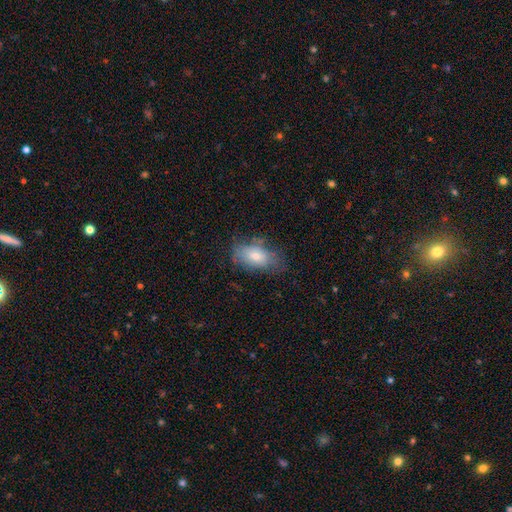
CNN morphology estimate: Overall: smooth (71%). How rounded: in between (91%). Merging: none (55%; minor disturbance 30%).